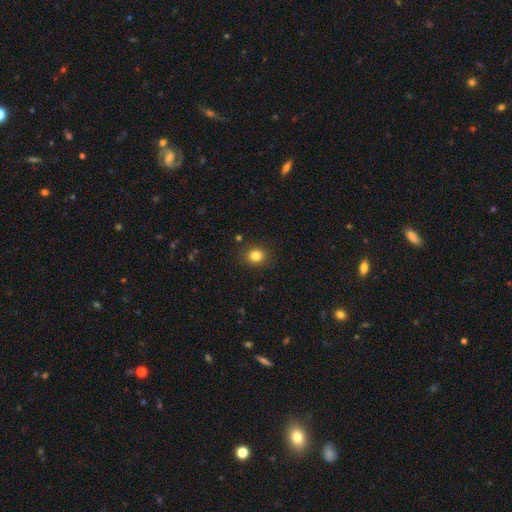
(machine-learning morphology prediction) smooth 83%, star or artifact 12%, featured or disk 5%. Down the decision tree: how rounded — round (77%); merging — none (88%).